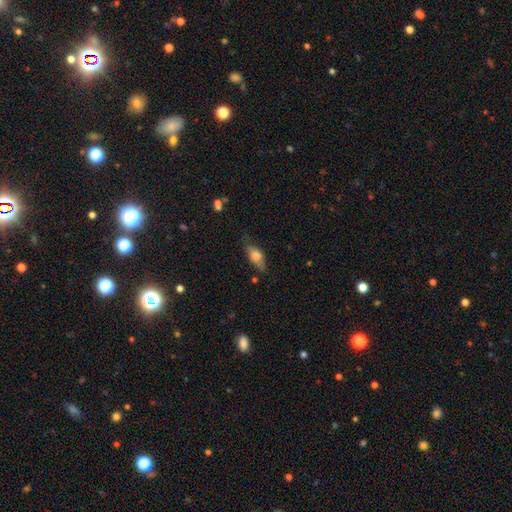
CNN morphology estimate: Smooth or featured? Predicted: smooth (p=0.67). How rounded? Predicted: in between (p=0.76). Merging? Predicted: none (p=0.67).